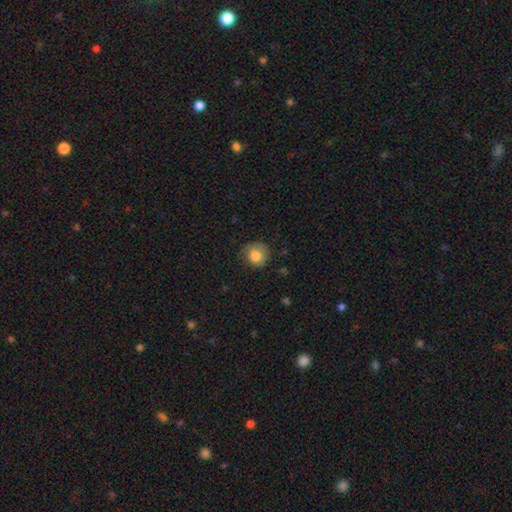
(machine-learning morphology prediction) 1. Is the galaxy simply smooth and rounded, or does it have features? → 80% smooth, 11% featured or disk, 8% star or artifact.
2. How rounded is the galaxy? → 86% round, 14% in between, 1% cigar-shaped.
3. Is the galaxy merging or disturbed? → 72% none, 21% minor disturbance, 6% major disturbance, 1% merger.